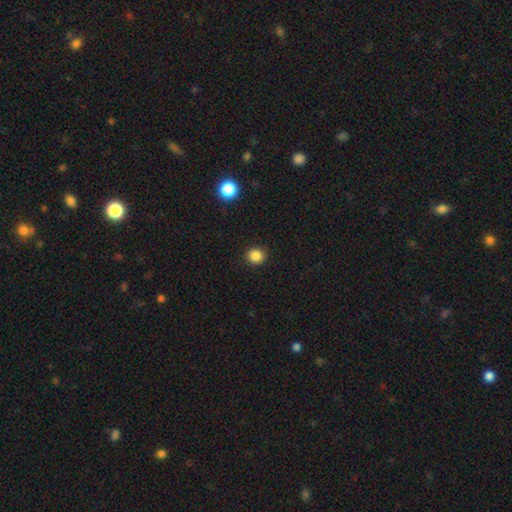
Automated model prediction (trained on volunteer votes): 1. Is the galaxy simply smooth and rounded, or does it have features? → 85% smooth, 12% star or artifact, 3% featured or disk.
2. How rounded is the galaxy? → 88% round, 11% in between, 1% cigar-shaped.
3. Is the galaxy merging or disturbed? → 92% none, 5% minor disturbance, 2% major disturbance, 1% merger.